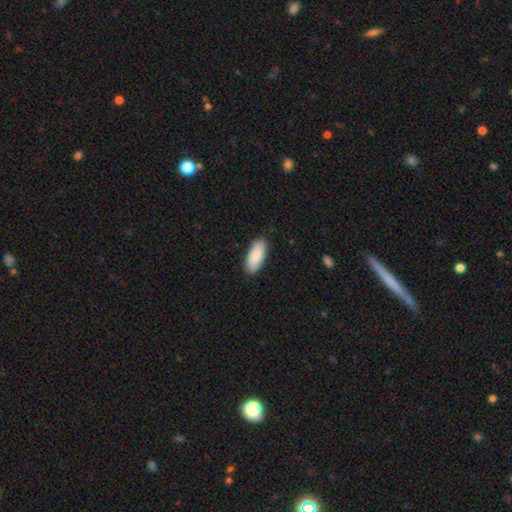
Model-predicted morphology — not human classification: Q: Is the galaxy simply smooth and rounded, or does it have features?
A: smooth — 89%.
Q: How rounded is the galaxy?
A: in between — 86%.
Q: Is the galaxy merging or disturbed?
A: none — 87%.